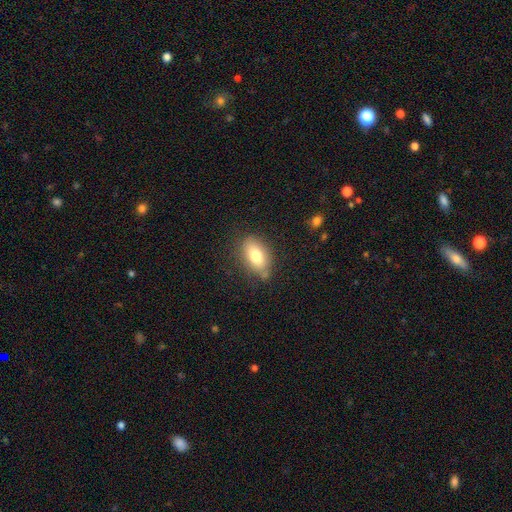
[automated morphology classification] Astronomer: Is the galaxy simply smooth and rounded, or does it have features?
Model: smooth — 76%.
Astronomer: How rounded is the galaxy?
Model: in between — 87%.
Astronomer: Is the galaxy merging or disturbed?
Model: none — 75%.